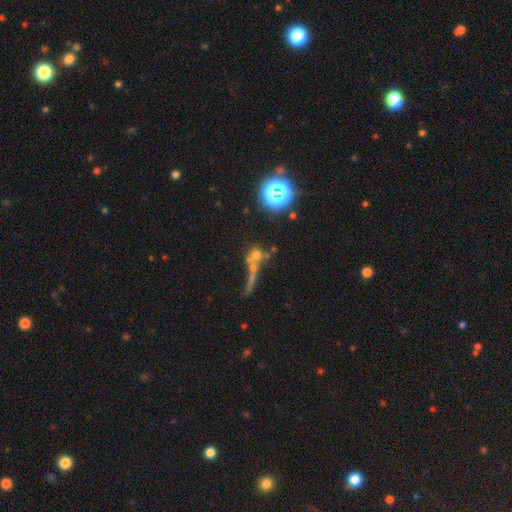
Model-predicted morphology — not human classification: This is possibly a smooth galaxy (45%). Merging: marginally merger (41%).